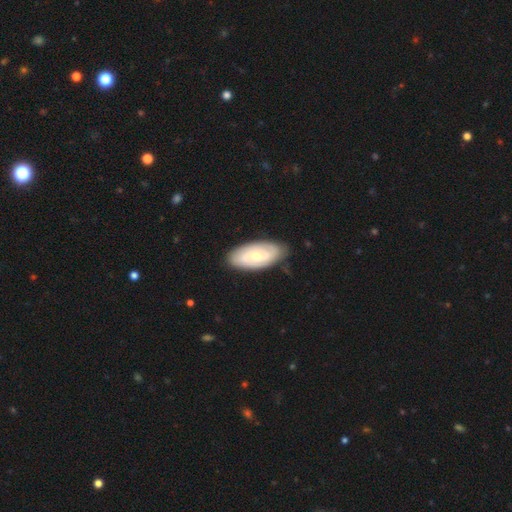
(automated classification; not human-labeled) The model was most divided on "bulge size": moderate: 50%, small: 45%, large: 2%, none: 1%, dominant: 1%. Remaining: edge-on disk — no (93%); spiral arms — yes (84%); merging — none (82%); smooth or featured — featured or disk (64%); bar — no (59%); spiral winding — tight (55%); spiral arm count — 2 (49%).